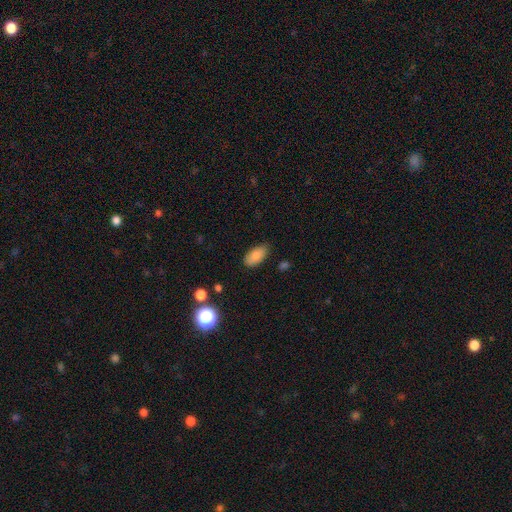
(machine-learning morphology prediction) A smooth galaxy with no disk features (83%) that is in between round and cigar-shaped (92%). Merging: none (80%).